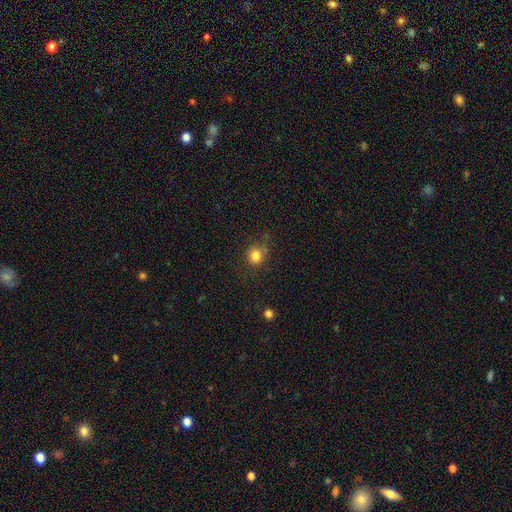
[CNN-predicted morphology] smooth_or_featured: smooth (p=0.82) [alt: star or artifact p=0.12]
how_rounded: round (p=0.78) [alt: in between p=0.21]
merging: none (p=0.72) [alt: minor disturbance p=0.18]